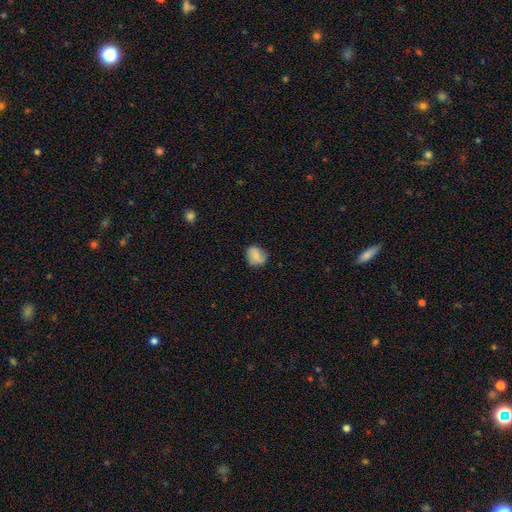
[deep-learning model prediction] Smooth or featured: smooth — 70% (featured or disk — 22%)
How rounded: round — 54% (in between — 45%)
Merging: none — 70% (minor disturbance — 23%)